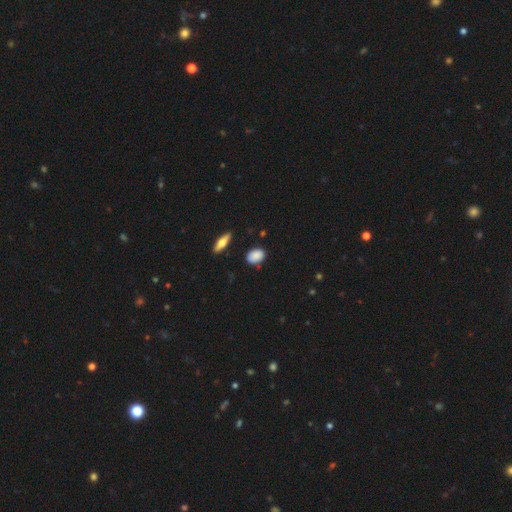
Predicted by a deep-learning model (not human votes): Smooth or featured: smooth — 85% (star or artifact — 8%)
How rounded: in between — 77% (round — 20%)
Merging: none — 77% (minor disturbance — 18%)